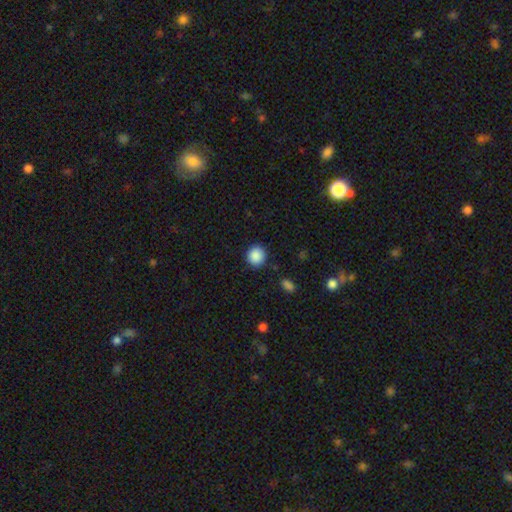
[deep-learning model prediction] Smooth or featured?
  - smooth: 88% *
  - star or artifact: 9%
  - featured or disk: 3%
How rounded?
  - round: 90% *
  - in between: 9%
  - cigar-shaped: 1%
Merging?
  - none: 89% *
  - minor disturbance: 7%
  - major disturbance: 2%
  - merger: 2%